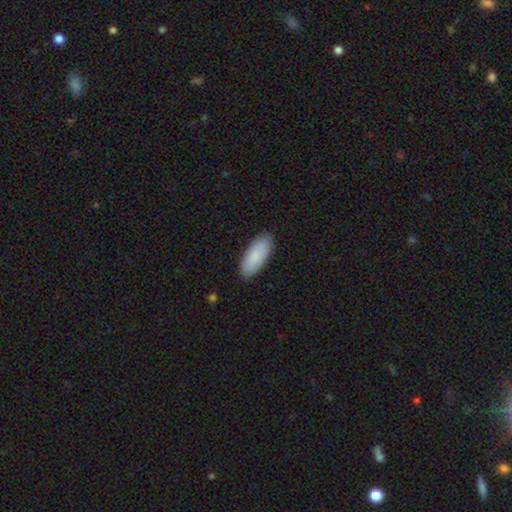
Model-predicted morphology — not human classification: smooth_or_featured: smooth (p=0.88) [alt: featured or disk p=0.06]
how_rounded: in between (p=0.81) [alt: cigar-shaped p=0.17]
merging: none (p=0.88) [alt: minor disturbance p=0.09]